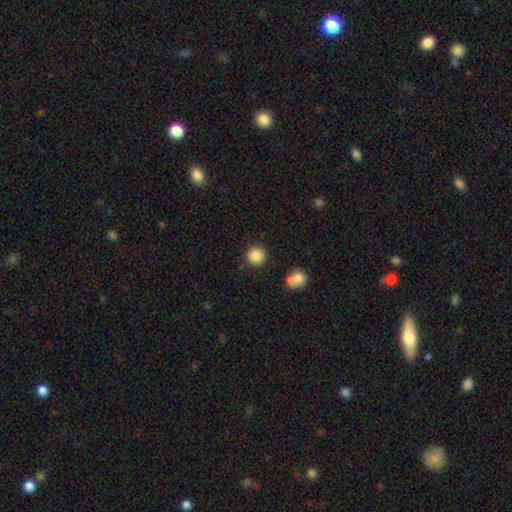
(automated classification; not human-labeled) Smooth or featured? smooth (86%)
How rounded? round (94%)
Merging? none (85%)